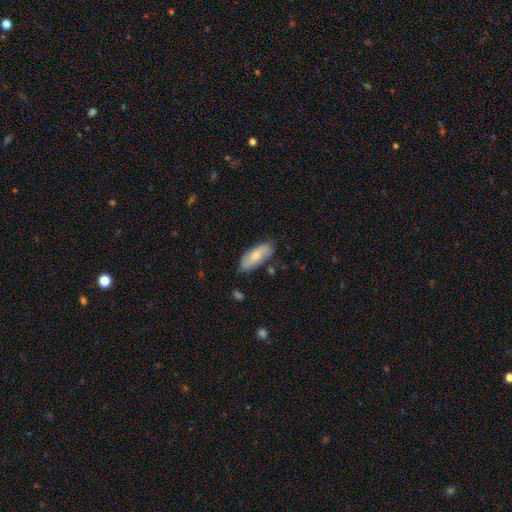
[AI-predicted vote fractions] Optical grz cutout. It shows a smooth galaxy with no disk features (72%) that is in between round and cigar-shaped (80%). Merging: none (76%).